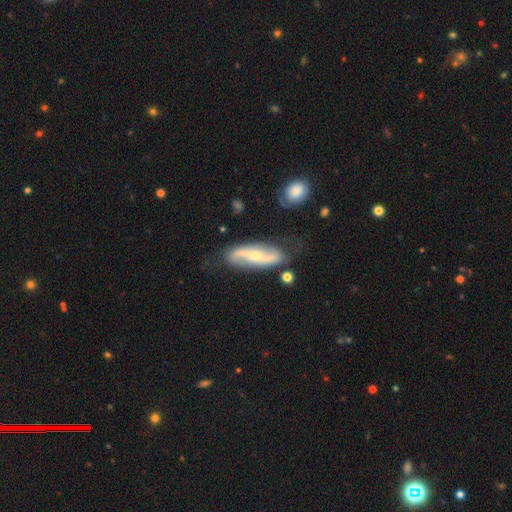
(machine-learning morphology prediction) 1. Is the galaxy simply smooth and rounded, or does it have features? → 77% featured or disk, 18% smooth, 6% star or artifact.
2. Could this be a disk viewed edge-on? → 87% no, 13% yes.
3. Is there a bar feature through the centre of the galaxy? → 45% no, 28% strong, 27% weak.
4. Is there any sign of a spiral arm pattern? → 91% yes, 9% no.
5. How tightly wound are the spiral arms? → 60% loose, 27% medium, 13% tight.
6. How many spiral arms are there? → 90% 2, 6% can't tell, 2% 1, 1% 3, 1% 4, 1% more than 4.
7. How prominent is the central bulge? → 63% small, 33% moderate, 2% none, 2% large, 1% dominant.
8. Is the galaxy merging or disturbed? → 72% none, 19% minor disturbance, 6% major disturbance, 3% merger.